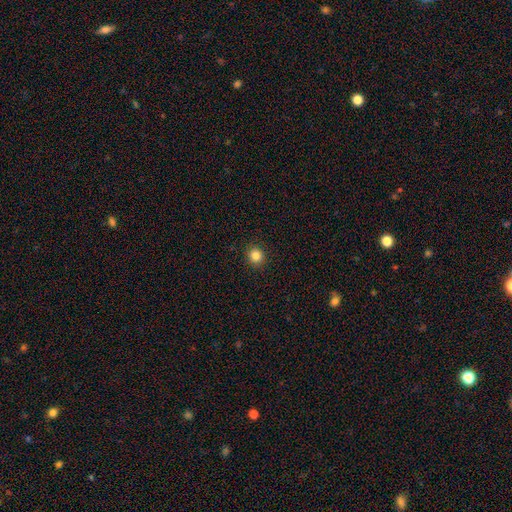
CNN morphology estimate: Smooth or featured? smooth (85%)
How rounded? round (90%)
Merging? none (92%)